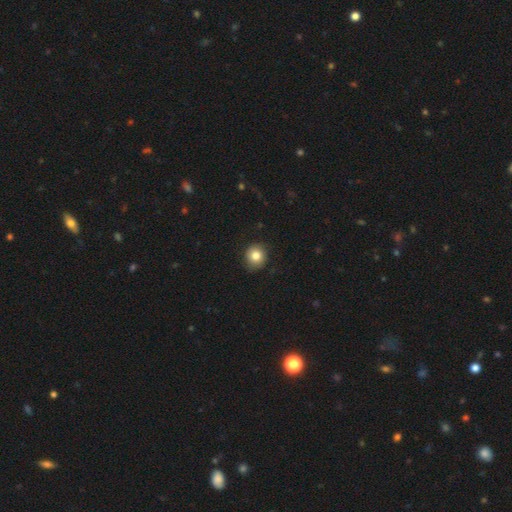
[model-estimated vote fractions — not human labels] Smooth or featured? Predicted: smooth (p=0.83). How rounded? Predicted: round (p=0.87). Merging? Predicted: none (p=0.86).